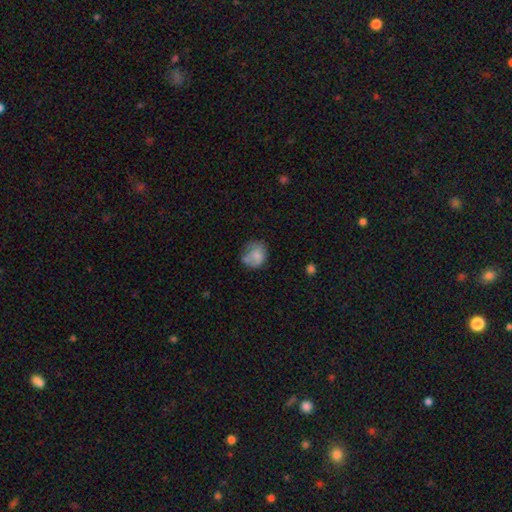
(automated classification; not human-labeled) Morphology: type=smooth (70%); roundness=round (67%); merging=none (50%).